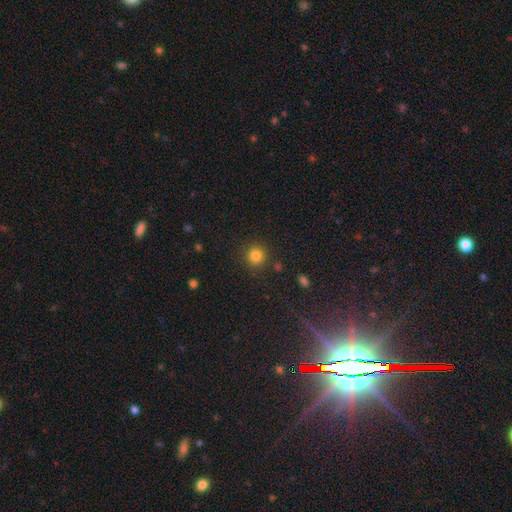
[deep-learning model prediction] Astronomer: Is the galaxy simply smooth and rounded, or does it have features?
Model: smooth — 82%.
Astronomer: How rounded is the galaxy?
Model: round — 93%.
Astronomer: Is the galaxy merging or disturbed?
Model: none — 88%.